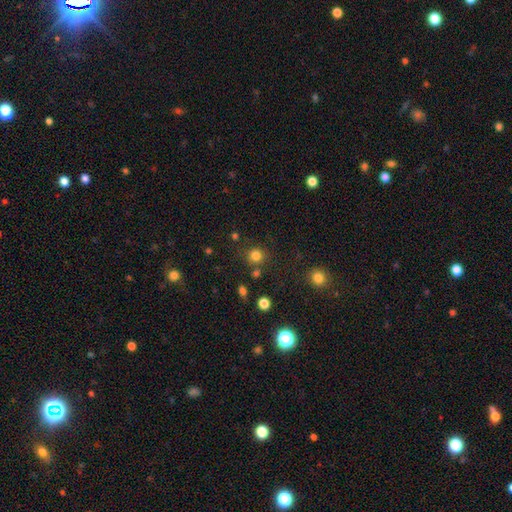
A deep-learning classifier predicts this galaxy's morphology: smooth_or_featured: smooth (p=0.80) [alt: star or artifact p=0.15]
how_rounded: round (p=0.89) [alt: in between p=0.10]
merging: none (p=0.79) [alt: minor disturbance p=0.09]